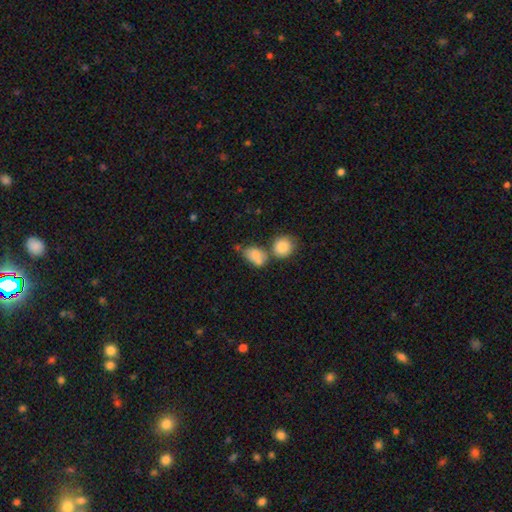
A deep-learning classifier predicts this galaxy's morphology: A smooth galaxy with no disk features (80%) that is in between round and cigar-shaped (76%). Merging: merger (42%).